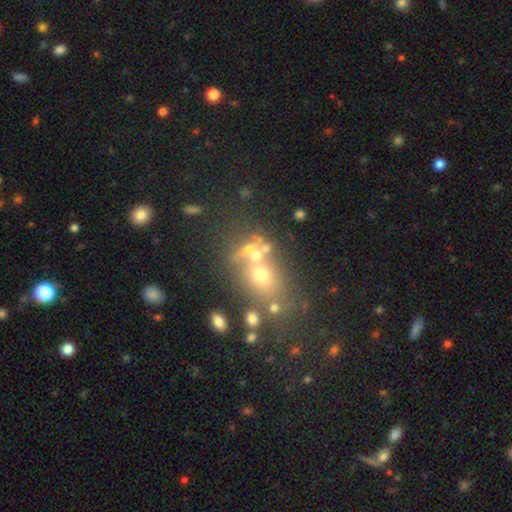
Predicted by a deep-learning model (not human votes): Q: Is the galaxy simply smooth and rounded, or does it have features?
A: smooth — 52%.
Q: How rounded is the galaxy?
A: round — 49%.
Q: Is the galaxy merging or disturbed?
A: none — 41%.